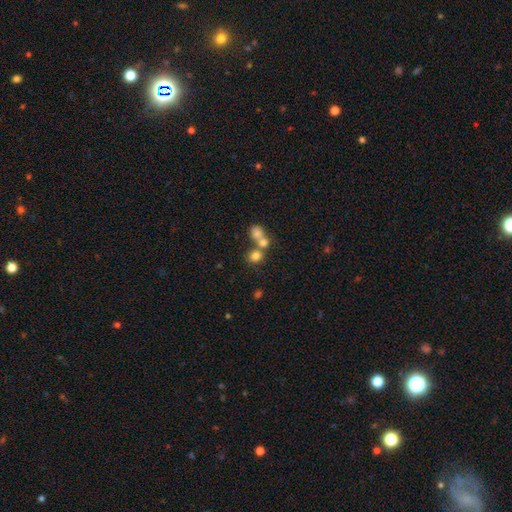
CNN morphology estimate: Overall: smooth (75%). How rounded: round (76%). Merging: merger (45%; none 44%).